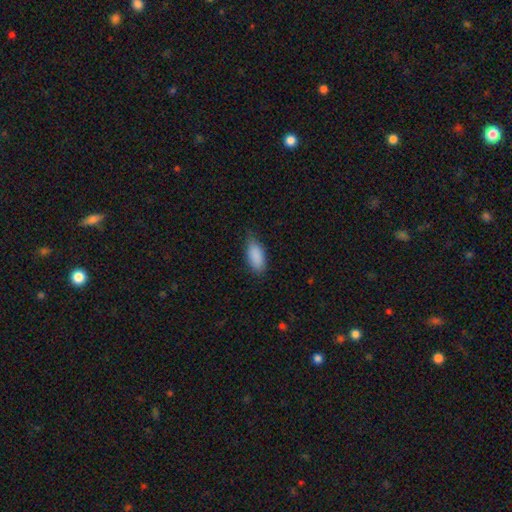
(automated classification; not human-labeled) Smooth or featured?
  - smooth: 89% *
  - star or artifact: 6%
  - featured or disk: 5%
How rounded?
  - in between: 86% *
  - cigar-shaped: 12%
  - round: 2%
Merging?
  - none: 74% *
  - minor disturbance: 22%
  - major disturbance: 3%
  - merger: 1%